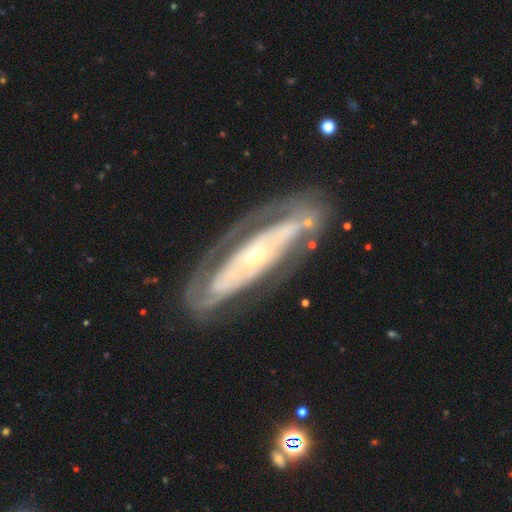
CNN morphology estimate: Smooth or featured: featured or disk — 81% (smooth — 13%)
Edge-on disk: no — 84% (yes — 16%)
Bar: no — 71% (weak — 15%)
Spiral arms: yes — 71% (no — 29%)
Bulge size: small — 74% (moderate — 21%)
Merging: none — 71% (minor disturbance — 16%)